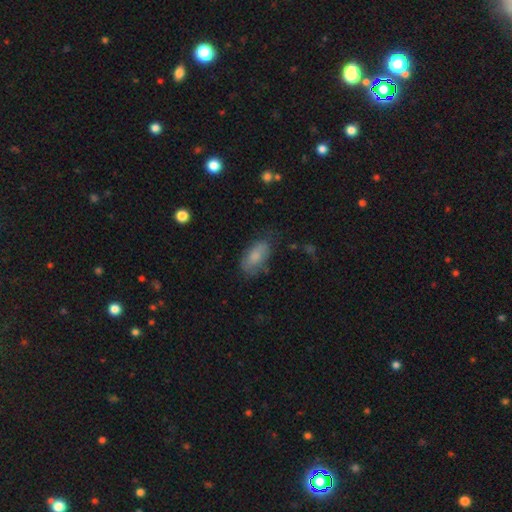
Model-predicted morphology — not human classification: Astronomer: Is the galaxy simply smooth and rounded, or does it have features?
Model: smooth — 77%.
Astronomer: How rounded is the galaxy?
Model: in between — 91%.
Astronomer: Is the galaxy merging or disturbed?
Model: none — 65%.